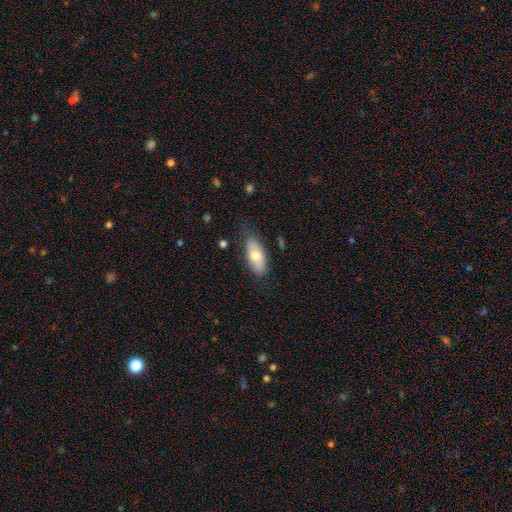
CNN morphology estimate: A smooth galaxy with no disk features (71%) that is in between round and cigar-shaped (87%). Merging: none (76%).